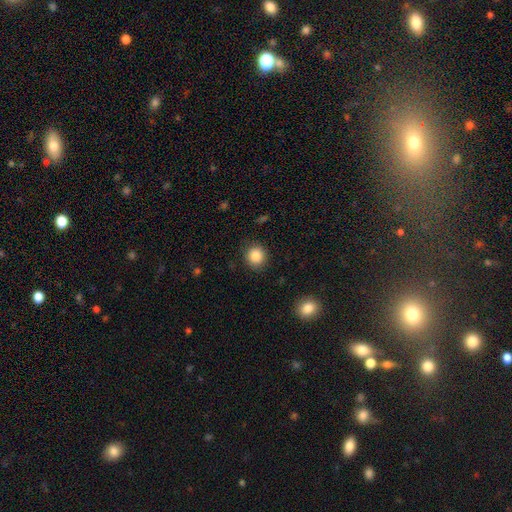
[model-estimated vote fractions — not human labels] Smooth or featured? smooth (87%)
How rounded? round (88%)
Merging? none (87%)